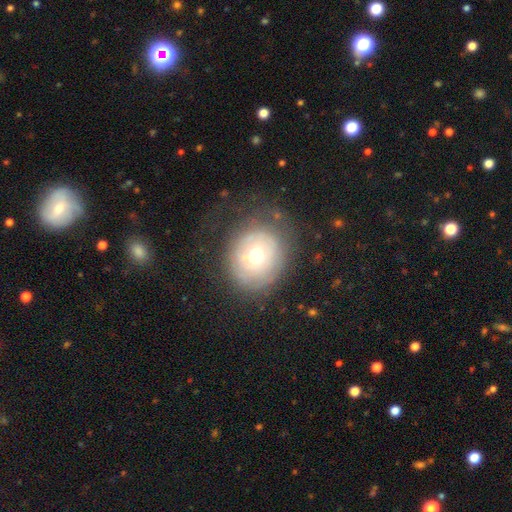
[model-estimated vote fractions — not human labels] Smooth or featured?
  - smooth: 46% *
  - featured or disk: 44%
  - star or artifact: 10%
Merging?
  - none: 63% *
  - minor disturbance: 20%
  - major disturbance: 15%
  - merger: 2%